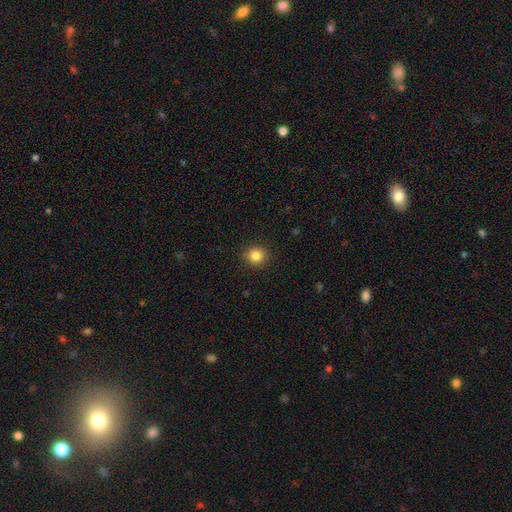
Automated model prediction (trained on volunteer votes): Overall: smooth (85%). How rounded: round (87%). Merging: none (91%).